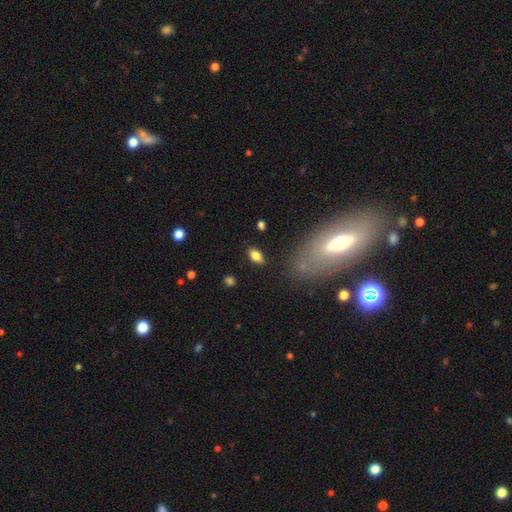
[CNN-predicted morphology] A smooth galaxy with no disk features (77%) that is in between round and cigar-shaped (88%).

Vote fractions:
- Smooth or featured? smooth: 77% / featured or disk: 14% / star or artifact: 9%
- How rounded? in between: 88% / cigar-shaped: 6% / round: 5%
- Merging? none: 85% / minor disturbance: 10% / major disturbance: 3% / merger: 2%